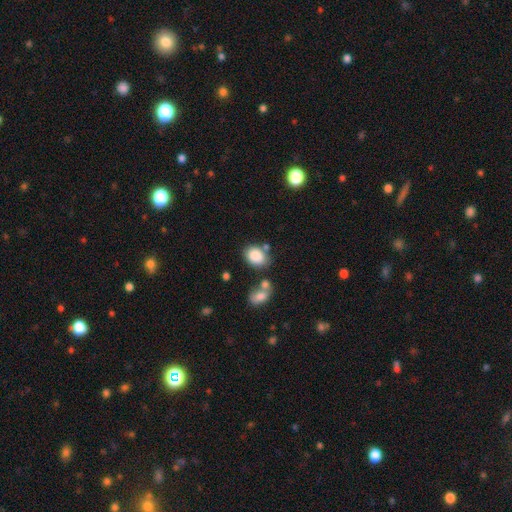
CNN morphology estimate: Overall: smooth (85%). How rounded: in between (67%; round 32%). Merging: none (62%).